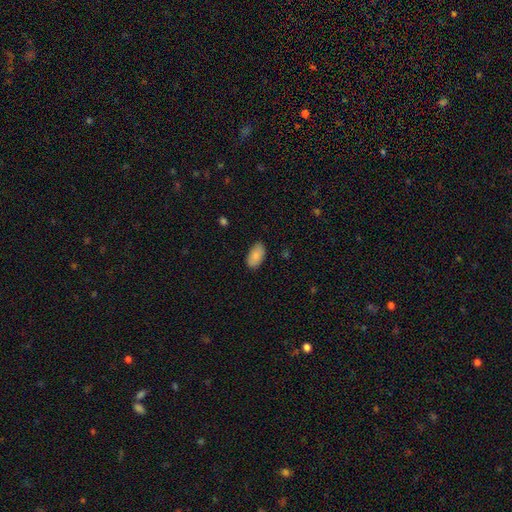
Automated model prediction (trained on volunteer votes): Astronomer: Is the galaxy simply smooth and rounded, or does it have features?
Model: smooth — 86%.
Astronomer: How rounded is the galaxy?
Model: in between — 95%.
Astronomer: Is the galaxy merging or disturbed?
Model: none — 84%.